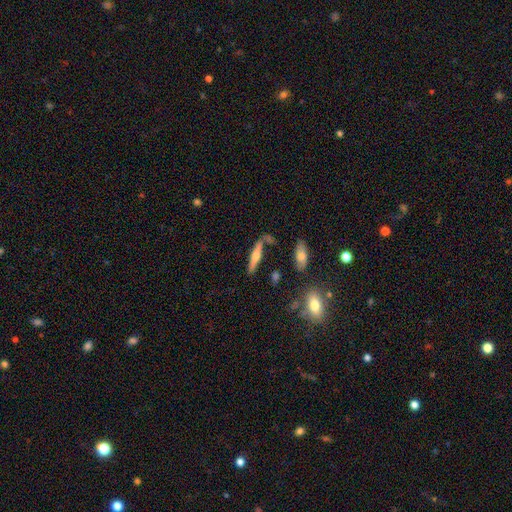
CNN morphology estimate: Q: Smooth or featured?
A: featured or disk (57%); runner-up: smooth (36%)
Q: Edge-on disk?
A: yes (94%); runner-up: no (6%)
Q: Edge-on bulge?
A: rounded (89%); runner-up: boxy (6%)
Q: Merging?
A: none (75%); runner-up: minor disturbance (14%)